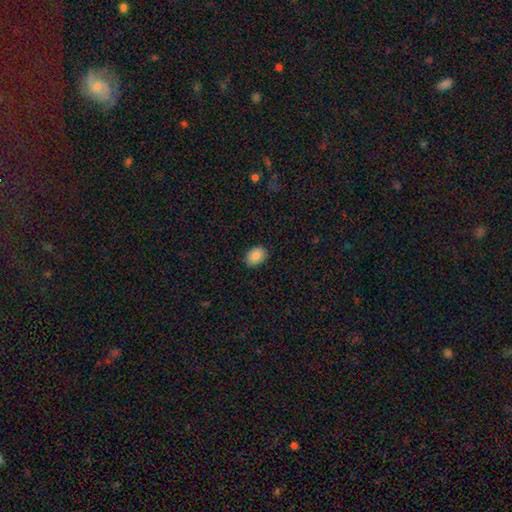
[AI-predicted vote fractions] Smooth or featured: smooth — 87% (star or artifact — 8%)
How rounded: in between — 74% (round — 25%)
Merging: none — 88% (minor disturbance — 9%)